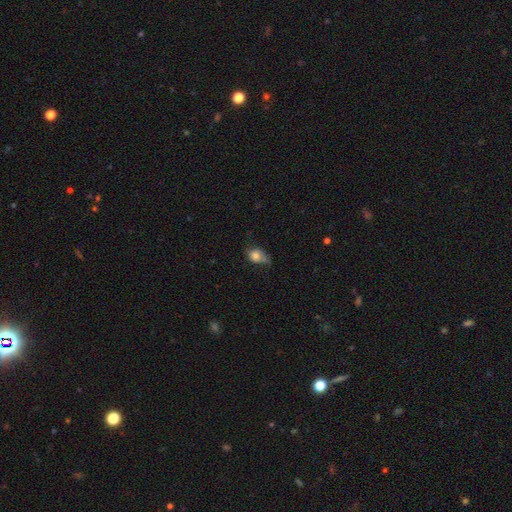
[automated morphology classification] smooth 70%, featured or disk 21%, star or artifact 10%. Down the decision tree: how rounded — in between (67%); merging — minor disturbance (38%).